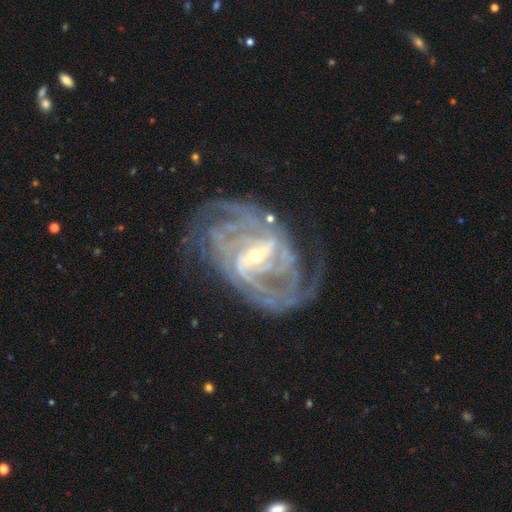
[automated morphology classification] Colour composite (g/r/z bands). It shows a featured or disk galaxy (92%) with a strong bar (58%), 2 (24%) tight (54%) spiral arms (98%) and a small central bulge (68%). Merging: none (68%).